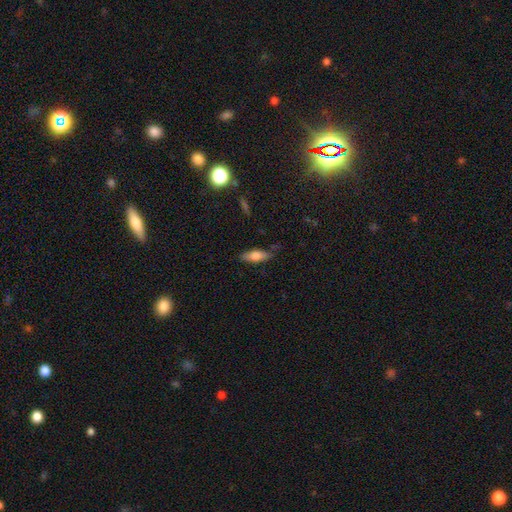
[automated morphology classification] Smooth or featured? smooth (67%)
How rounded? in between (58%)
Merging? none (76%)